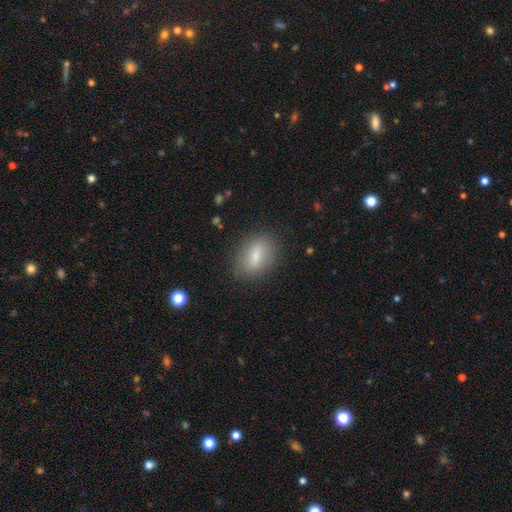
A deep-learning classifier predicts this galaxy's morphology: A smooth galaxy with no disk features (68%) that is in between round and cigar-shaped (78%).

Vote fractions:
- Smooth or featured? smooth: 68% / featured or disk: 24% / star or artifact: 9%
- How rounded? in between: 78% / round: 19% / cigar-shaped: 3%
- Merging? none: 82% / minor disturbance: 13% / major disturbance: 4% / merger: 1%